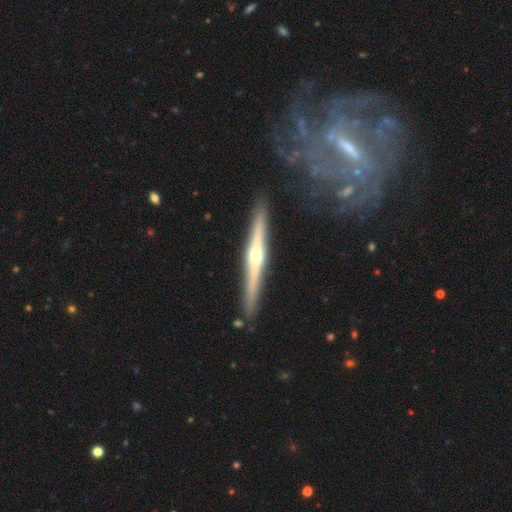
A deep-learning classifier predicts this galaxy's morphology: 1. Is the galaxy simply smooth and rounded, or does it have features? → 78% featured or disk, 17% smooth, 5% star or artifact.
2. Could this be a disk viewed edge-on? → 98% yes, 2% no.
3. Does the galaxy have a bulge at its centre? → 87% rounded, 9% none, 4% boxy.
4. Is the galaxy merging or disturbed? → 89% none, 7% minor disturbance, 2% merger, 2% major disturbance.